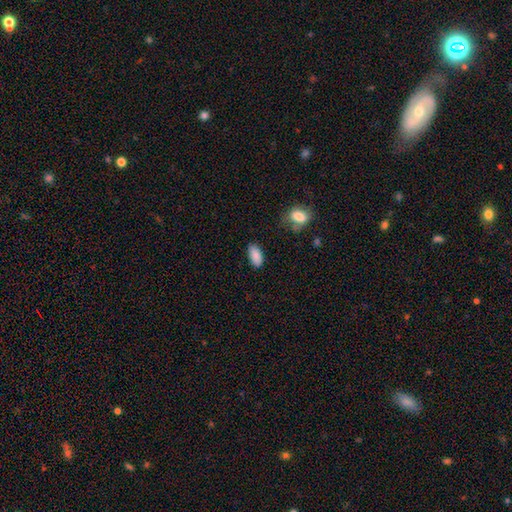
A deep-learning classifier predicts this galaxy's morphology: This is clearly a smooth galaxy (88%). How rounded: clearly in between (93%). Merging: clearly none (82%).